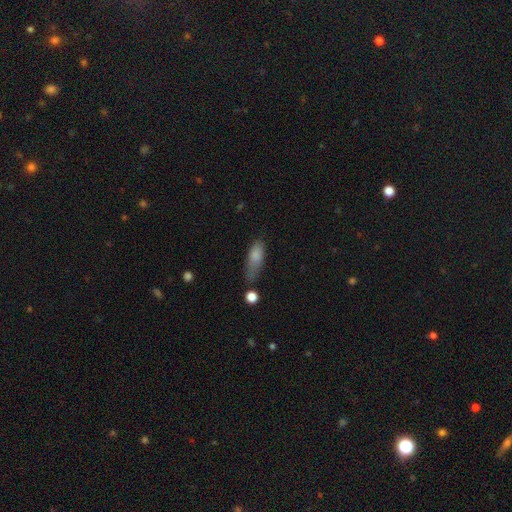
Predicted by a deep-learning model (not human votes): Smooth or featured? smooth (80%)
How rounded? in between (66%)
Merging? none (45%)